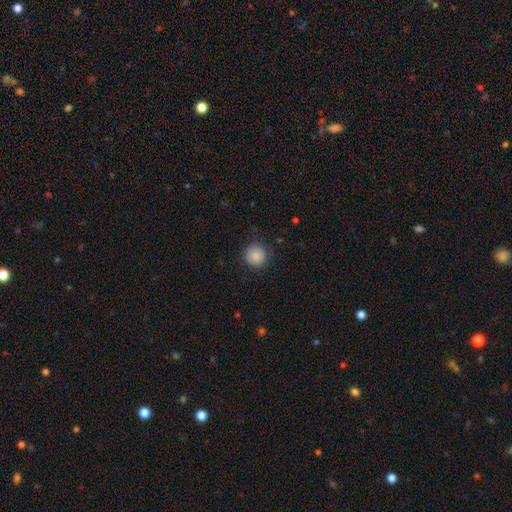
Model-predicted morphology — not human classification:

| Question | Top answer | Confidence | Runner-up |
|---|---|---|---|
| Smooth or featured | smooth | 87% | star or artifact (9%) |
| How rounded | round | 94% | in between (5%) |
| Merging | none | 87% | minor disturbance (9%) |